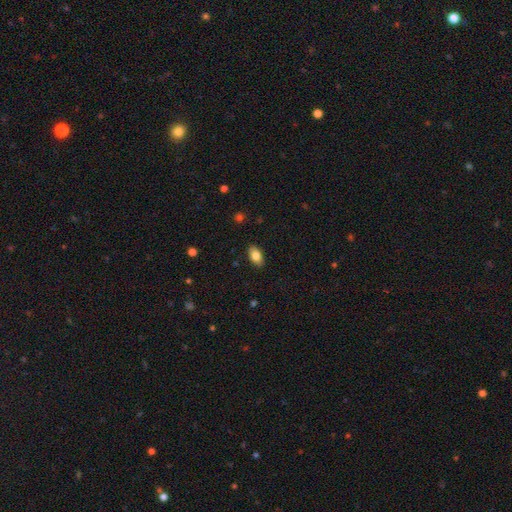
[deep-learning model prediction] A smooth galaxy with no disk features (81%) that is in between round and cigar-shaped (92%). Merging: none (88%).